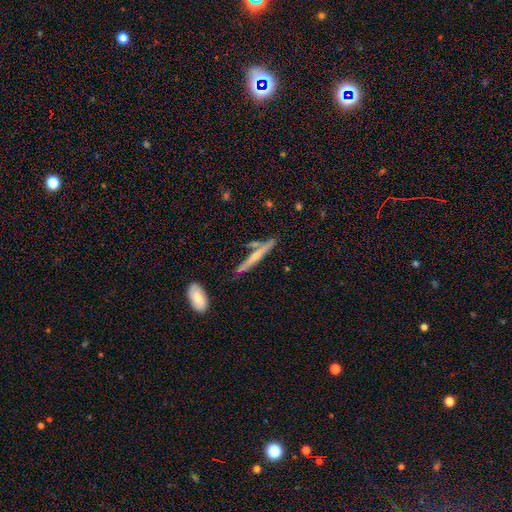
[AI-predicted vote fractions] smooth_or_featured: featured or disk (p=0.61) [alt: smooth p=0.32]
disk_edge_on: yes (p=0.94) [alt: no p=0.06]
edge_on_bulge: rounded (p=0.65) [alt: none p=0.29]
merging: none (p=0.78) [alt: minor disturbance p=0.13]